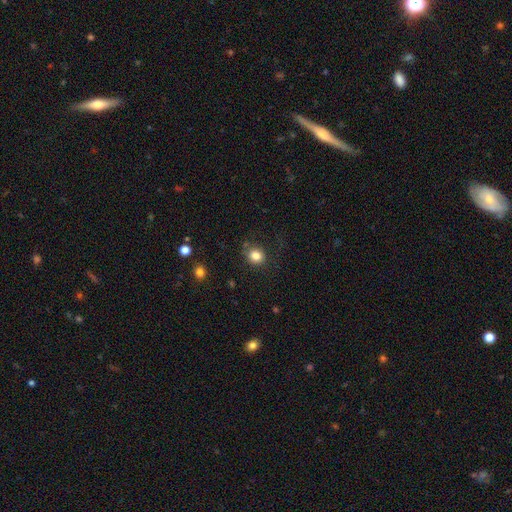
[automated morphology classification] A smooth galaxy with no disk features (84%) that is round (80%). Merging: none (77%).